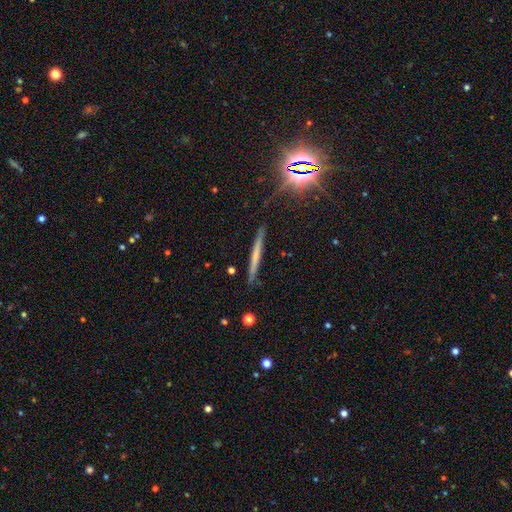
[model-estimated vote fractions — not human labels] Q: Smooth or featured?
A: smooth (46%); runner-up: featured or disk (42%)
Q: Merging?
A: none (88%); runner-up: minor disturbance (9%)